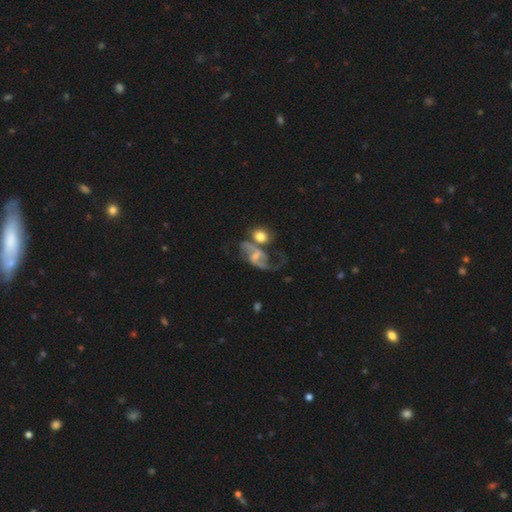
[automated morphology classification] Smooth or featured? Predicted: featured or disk (p=0.72). Edge-on disk? Predicted: no (p=0.96). Bar? Predicted: weak (p=0.46). Spiral arms? Predicted: yes (p=0.87). Spiral winding? Predicted: loose (p=0.64). Spiral arm count? Predicted: 2 (p=0.83). Bulge size? Predicted: small (p=0.48). Merging? Predicted: merger (p=0.32).